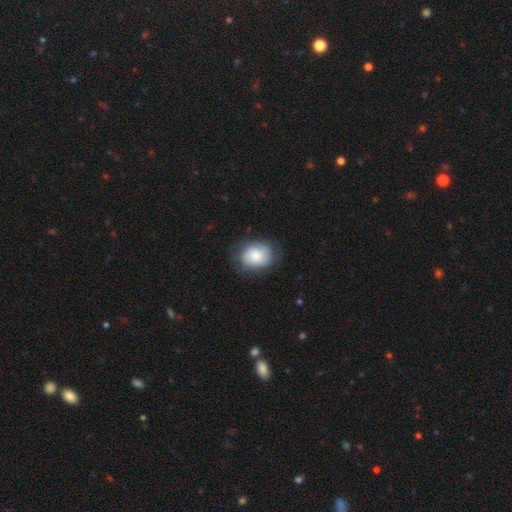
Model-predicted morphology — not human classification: This is likely a smooth galaxy (77%). How rounded: possibly round (53%). Merging: likely none (68%).